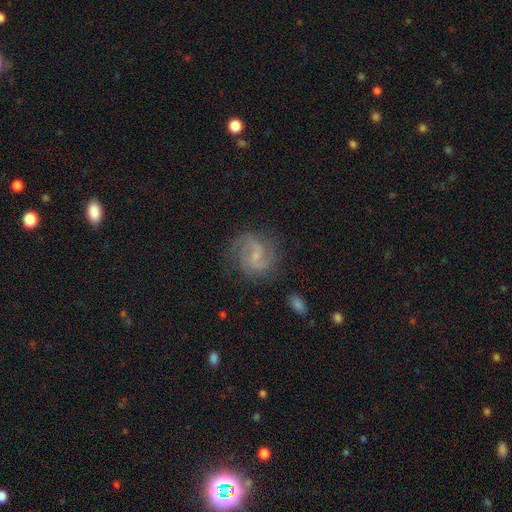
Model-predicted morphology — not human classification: This is clearly a featured or disk galaxy (84%). It is clearly not viewed edge-on (98%). Bar: possibly weak (55%). Spiral arm pattern: clearly yes (97%). Spiral arm count: clearly 2 (84%). Spiral winding: possibly medium (54%). Central bulge: likely small (67%). Merging: likely none (78%).